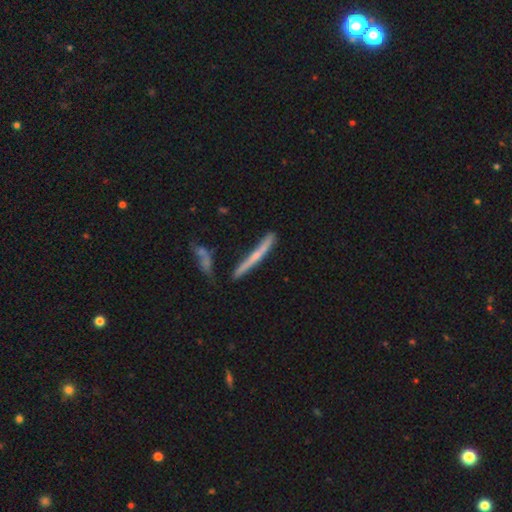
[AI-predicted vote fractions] Overall: featured or disk (58%; smooth 35%). Edge-on disk: yes (95%). Edge-on bulge: rounded (54%; none 41%). Merging: none (74%).